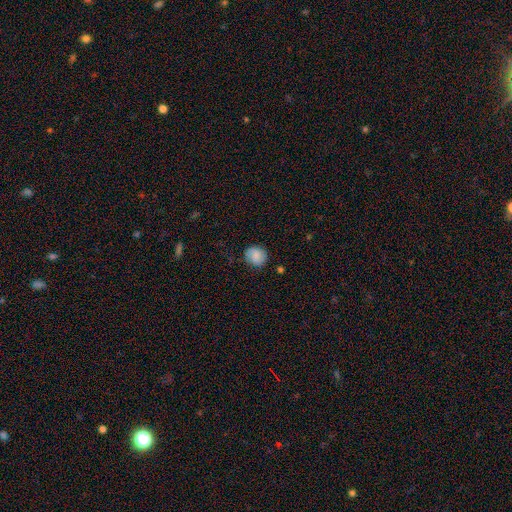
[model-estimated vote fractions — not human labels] The model was most divided on "how rounded": round: 78%, in between: 21%, cigar-shaped: 1%. More confident: merging — none (80%); smooth or featured — smooth (76%).